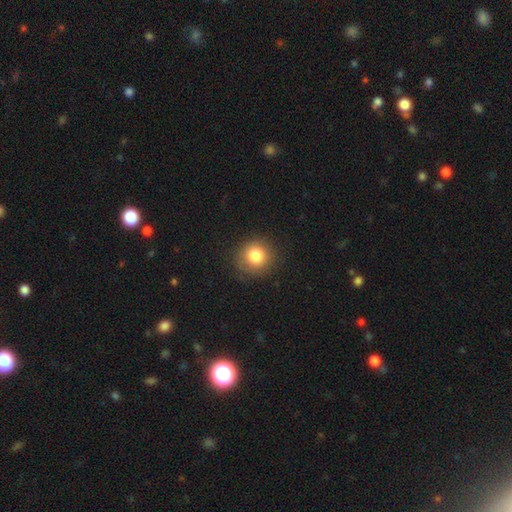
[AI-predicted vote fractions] Smooth or featured: smooth — 81% (star or artifact — 11%)
How rounded: round — 91% (in between — 8%)
Merging: none — 86% (minor disturbance — 10%)